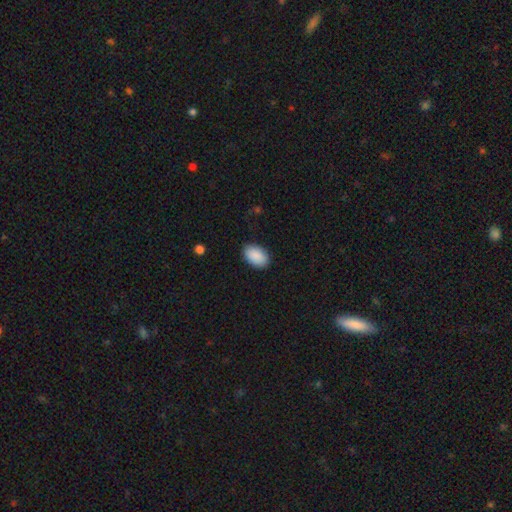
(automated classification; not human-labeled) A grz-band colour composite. It shows a smooth galaxy with no disk features (90%) that is in between round and cigar-shaped (91%). Merging: none (87%).